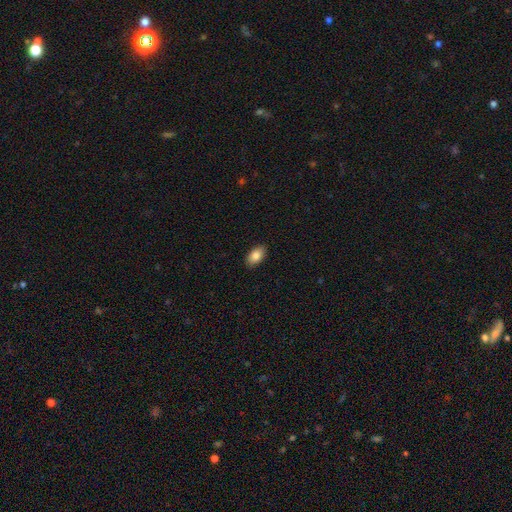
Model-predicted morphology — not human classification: Smooth or featured?
  - smooth: 85% *
  - featured or disk: 8%
  - star or artifact: 7%
How rounded?
  - in between: 93% *
  - round: 5%
  - cigar-shaped: 2%
Merging?
  - none: 89% *
  - minor disturbance: 8%
  - major disturbance: 2%
  - merger: 1%